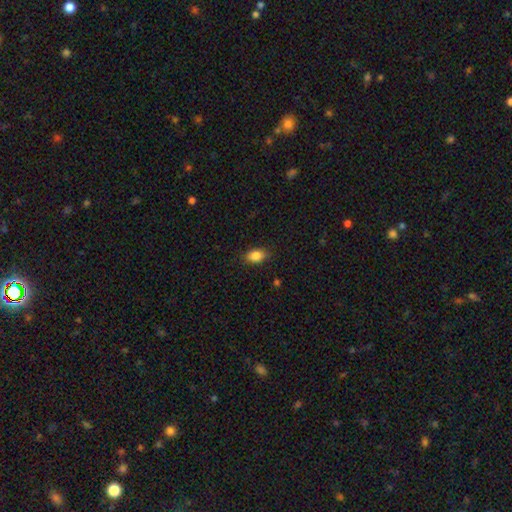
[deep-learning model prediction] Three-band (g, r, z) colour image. It shows a smooth galaxy with no disk features (86%) that is in between round and cigar-shaped (86%). Merging: none (86%).